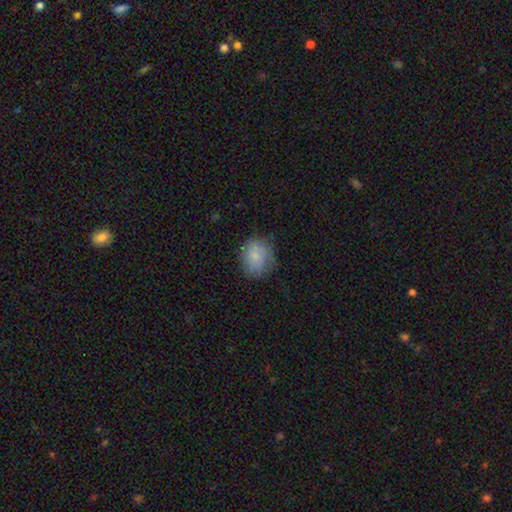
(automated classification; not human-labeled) A smooth galaxy with no disk features (80%) that is round (65%).

Vote fractions:
- Smooth or featured? smooth: 80% / featured or disk: 12% / star or artifact: 8%
- How rounded? round: 65% / in between: 34% / cigar-shaped: 1%
- Merging? none: 70% / minor disturbance: 23% / major disturbance: 7% / merger: 1%